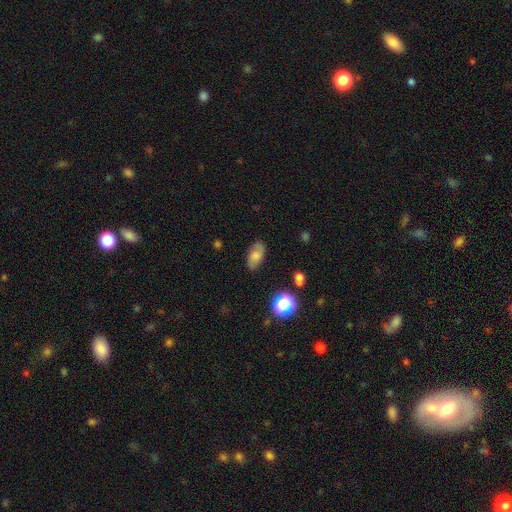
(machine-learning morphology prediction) Smooth or featured: smooth — 61% (featured or disk — 28%)
How rounded: in between — 90% (round — 7%)
Merging: none — 79% (minor disturbance — 16%)